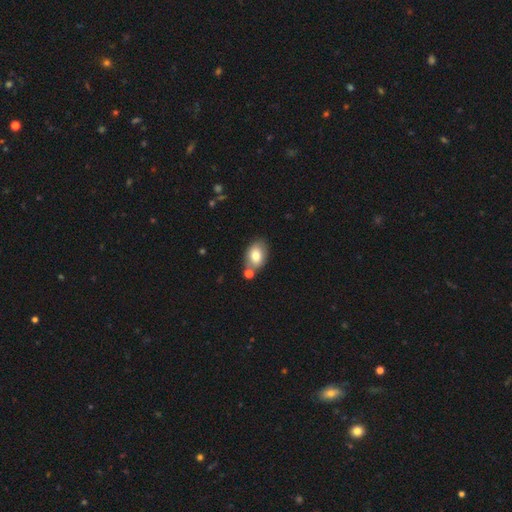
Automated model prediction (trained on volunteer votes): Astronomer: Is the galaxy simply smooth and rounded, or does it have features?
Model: smooth — 78%.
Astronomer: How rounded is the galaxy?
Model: in between — 84%.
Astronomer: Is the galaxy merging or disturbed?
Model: none — 65%.